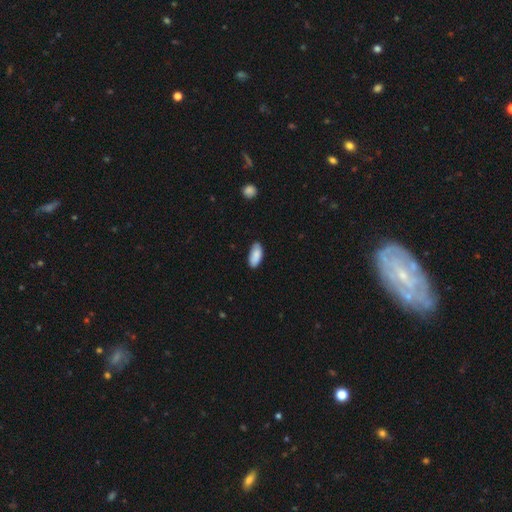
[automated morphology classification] This is clearly a smooth galaxy (88%). How rounded: clearly in between (89%). Merging: clearly none (81%).